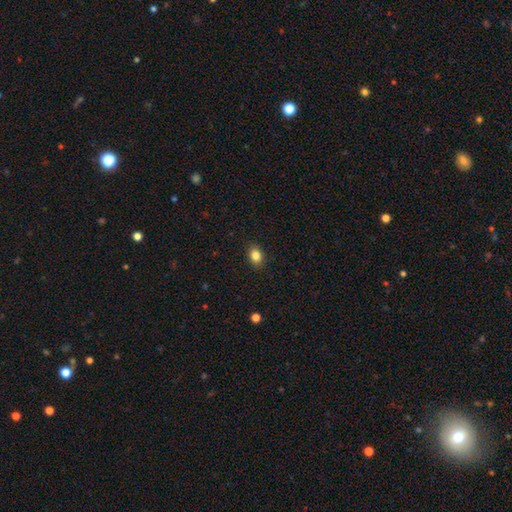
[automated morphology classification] Q: Smooth or featured?
A: smooth (85%); runner-up: star or artifact (10%)
Q: How rounded?
A: in between (69%); runner-up: round (30%)
Q: Merging?
A: none (89%); runner-up: minor disturbance (8%)